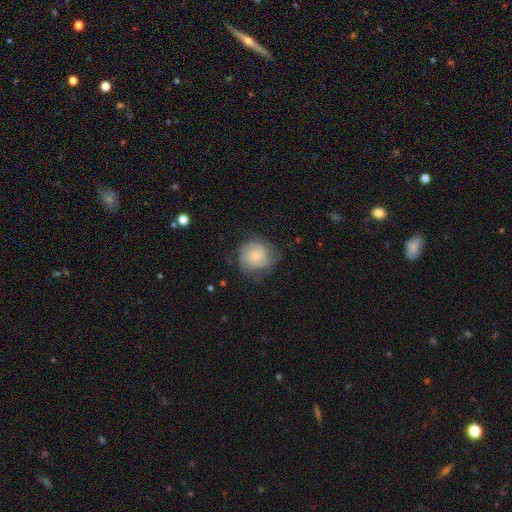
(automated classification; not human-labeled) smooth-or-featured: smooth: 55% | featured or disk: 38% | star or artifact: 7%
  how-rounded: round: 86% | in between: 13% | cigar-shaped: 1%
  merging: none: 61% | minor disturbance: 26% | major disturbance: 11% | merger: 1%